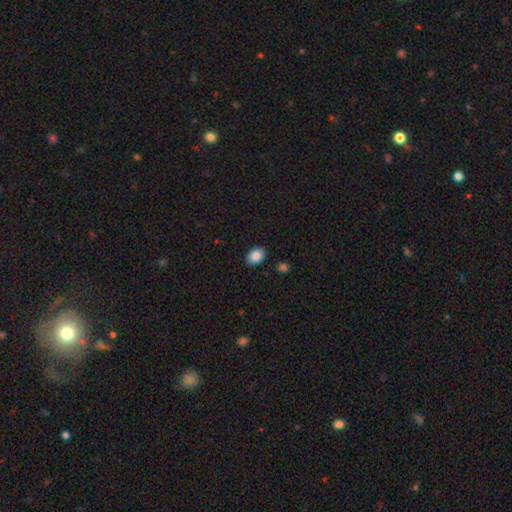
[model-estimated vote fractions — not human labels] Smooth or featured? Predicted: smooth (p=0.87). How rounded? Predicted: in between (p=0.78). Merging? Predicted: none (p=0.88).